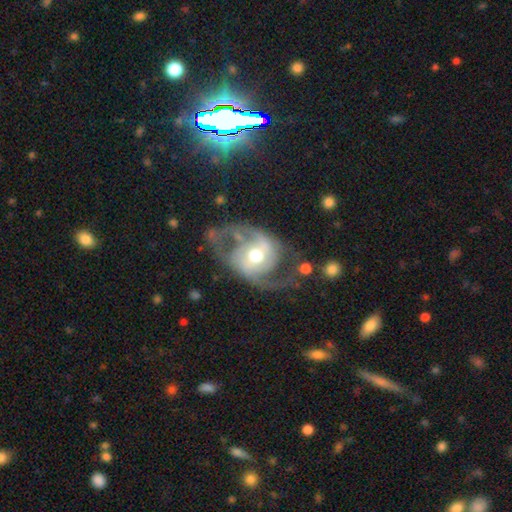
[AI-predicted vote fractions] This appears to be a featured or disk galaxy (84%) with no bar (50%), 2 (85%) medium (49%) spiral arms (88%) and a moderate central bulge (72%). Merging: none (54%).